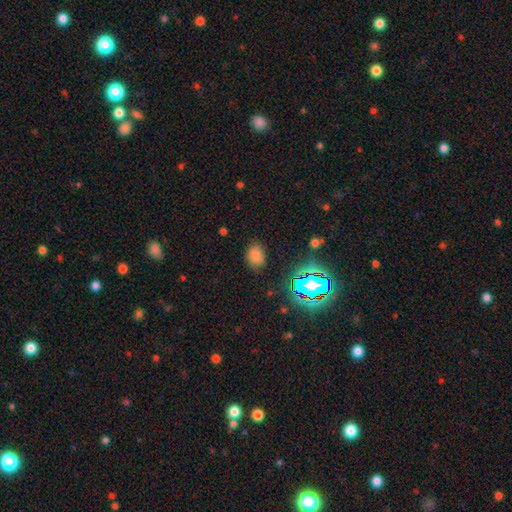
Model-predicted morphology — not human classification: type=smooth (74%); roundness=in between (70%); merging=none (80%).